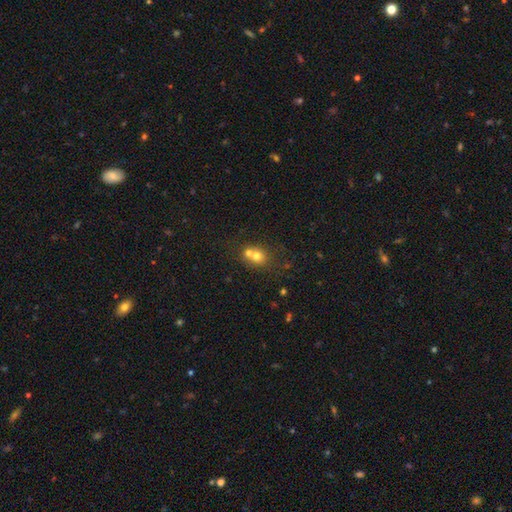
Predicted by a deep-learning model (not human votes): smooth-or-featured: smooth: 68% | featured or disk: 17% | star or artifact: 15%
  how-rounded: round: 76% | in between: 23% | cigar-shaped: 1%
  merging: merger: 54% | none: 36% | minor disturbance: 6% | major disturbance: 3%